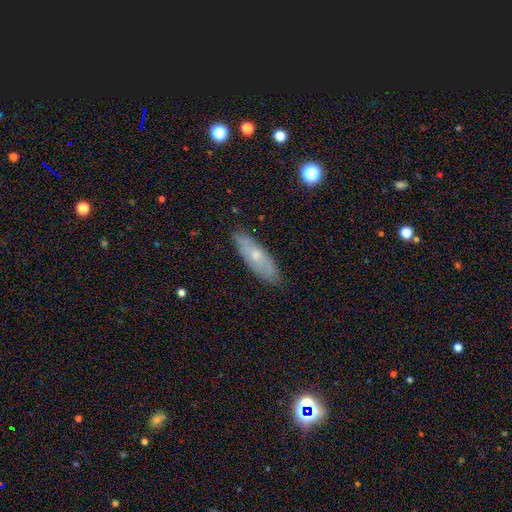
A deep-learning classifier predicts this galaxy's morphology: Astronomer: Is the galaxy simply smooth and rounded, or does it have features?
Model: smooth — 53% (runner-up: featured or disk, 40%).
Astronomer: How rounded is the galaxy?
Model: in between — 56% (runner-up: cigar-shaped, 42%).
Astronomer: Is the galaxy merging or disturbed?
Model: none — 83%.